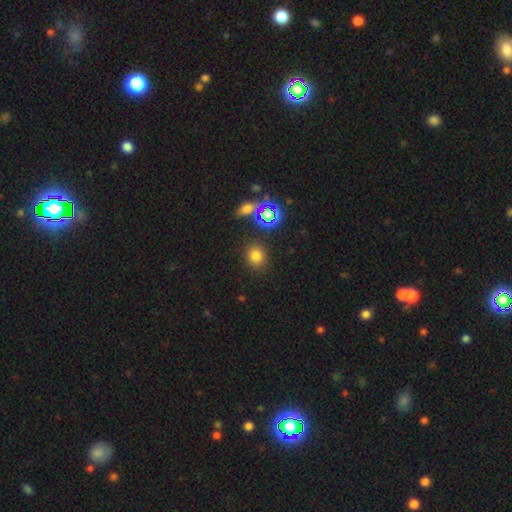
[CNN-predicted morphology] A smooth galaxy with no disk features (74%) that is round (77%). Merging: none (85%).